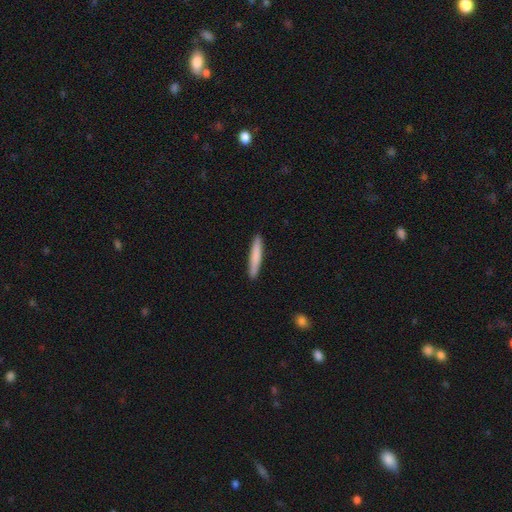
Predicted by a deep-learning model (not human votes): Q: Smooth or featured?
A: smooth (81%); runner-up: featured or disk (14%)
Q: How rounded?
A: cigar-shaped (94%); runner-up: in between (5%)
Q: Merging?
A: none (91%); runner-up: minor disturbance (6%)